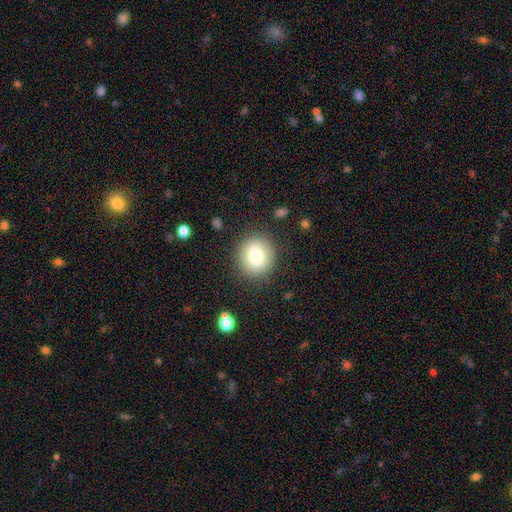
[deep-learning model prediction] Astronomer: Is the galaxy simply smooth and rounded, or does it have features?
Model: smooth — 77%.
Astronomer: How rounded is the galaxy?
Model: round — 81%.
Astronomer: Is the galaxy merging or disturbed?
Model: none — 86%.